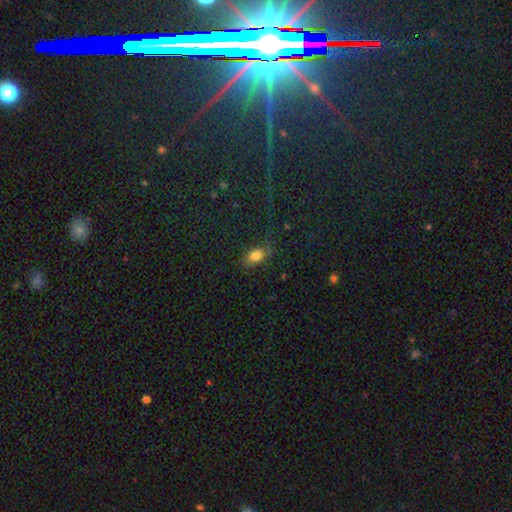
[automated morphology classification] smooth 78%, star or artifact 13%, featured or disk 9%. Down the decision tree: how rounded — in between (77%); merging — none (73%).